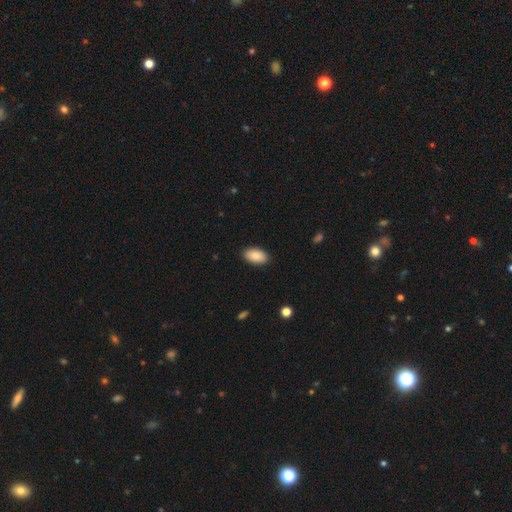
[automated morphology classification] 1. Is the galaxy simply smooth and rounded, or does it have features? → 88% smooth, 6% star or artifact, 5% featured or disk.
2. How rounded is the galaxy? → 95% in between, 3% round, 2% cigar-shaped.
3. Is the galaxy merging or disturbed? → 89% none, 8% minor disturbance, 2% major disturbance, 1% merger.